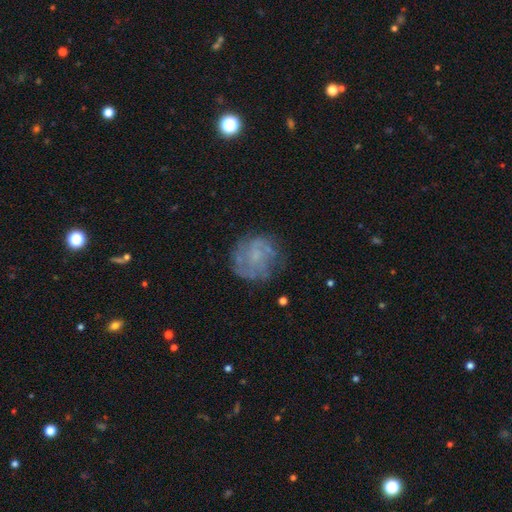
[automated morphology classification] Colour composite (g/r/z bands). It shows a featured or disk galaxy (59%) with no bar (77%), spiral arms (65%) and no central bulge (48%). Merging: none (70%).